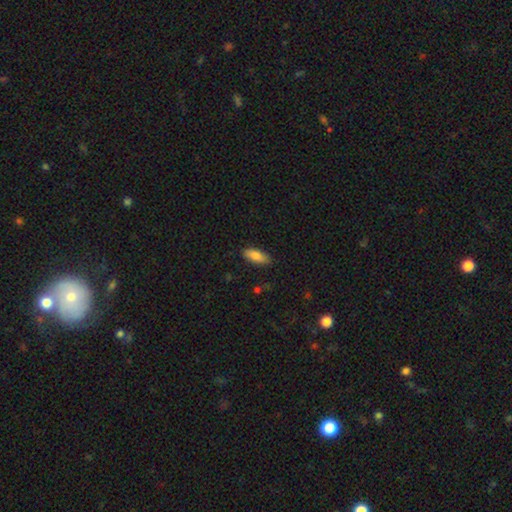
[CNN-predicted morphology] A smooth galaxy with no disk features (83%) that is in between round and cigar-shaped (75%).

Vote fractions:
- Smooth or featured? smooth: 83% / featured or disk: 11% / star or artifact: 6%
- How rounded? in between: 75% / cigar-shaped: 23% / round: 2%
- Merging? none: 85% / minor disturbance: 11% / major disturbance: 2% / merger: 1%